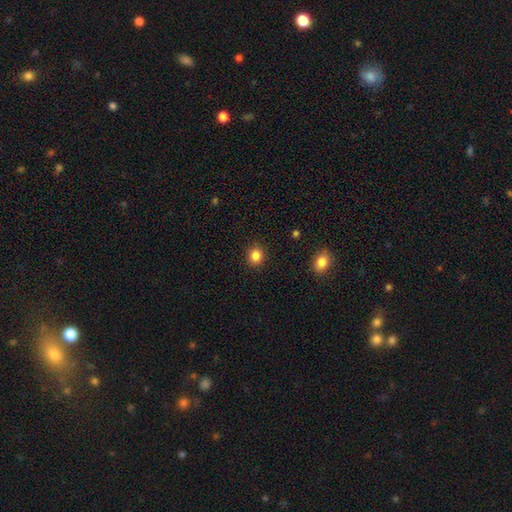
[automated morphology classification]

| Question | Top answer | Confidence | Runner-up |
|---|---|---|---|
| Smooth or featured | smooth | 86% | star or artifact (10%) |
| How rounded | round | 72% | in between (27%) |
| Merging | none | 90% | minor disturbance (7%) |